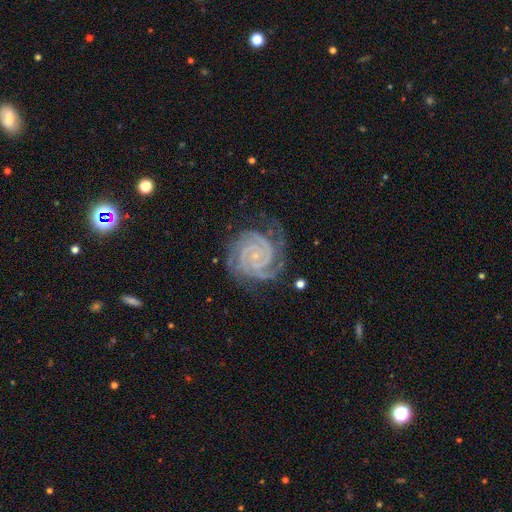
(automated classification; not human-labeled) Morphology: type=featured or disk (92%); edge-on=no (98%); bar=no (70%); spiral arms=yes (99%); winding=tight (82%); arm count=3 (33%); bulge=small (85%); merging=none (73%).